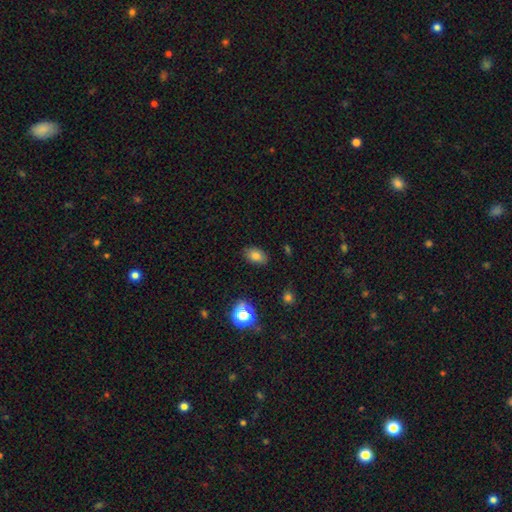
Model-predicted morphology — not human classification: A smooth galaxy with no disk features (79%) that is in between round and cigar-shaped (86%). Merging: none (85%).